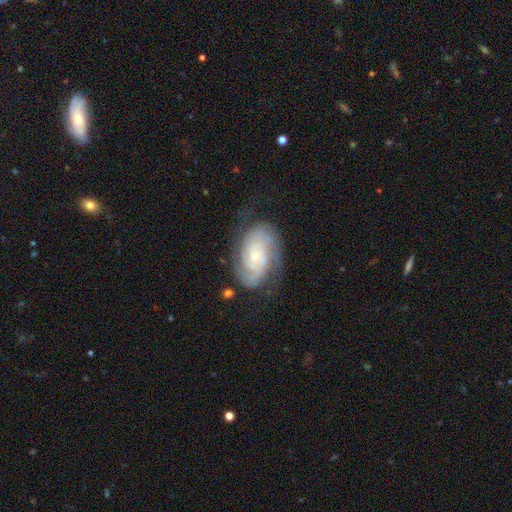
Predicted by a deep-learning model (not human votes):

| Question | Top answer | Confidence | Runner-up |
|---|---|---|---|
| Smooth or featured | featured or disk | 84% | smooth (10%) |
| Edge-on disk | no | 97% | yes (3%) |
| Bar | no | 67% | weak (27%) |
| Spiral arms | yes | 96% | no (4%) |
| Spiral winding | tight | 63% | medium (30%) |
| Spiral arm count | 2 | 58% | can't tell (19%) |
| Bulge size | small | 66% | moderate (27%) |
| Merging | none | 71% | minor disturbance (19%) |